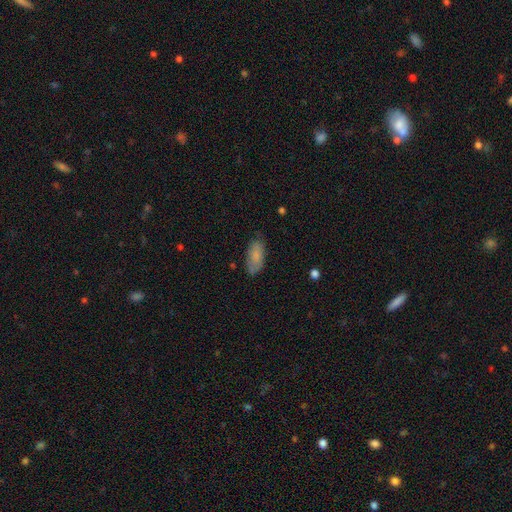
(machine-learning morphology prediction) This is likely a smooth galaxy (79%). How rounded: clearly in between (88%). Merging: likely none (75%).